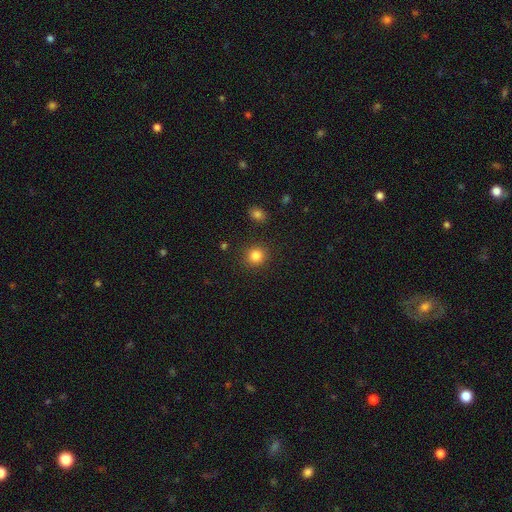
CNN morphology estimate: smooth-or-featured: smooth: 84% | star or artifact: 11% | featured or disk: 5%
  how-rounded: round: 89% | in between: 10% | cigar-shaped: 1%
  merging: none: 90% | minor disturbance: 6% | major disturbance: 2% | merger: 2%